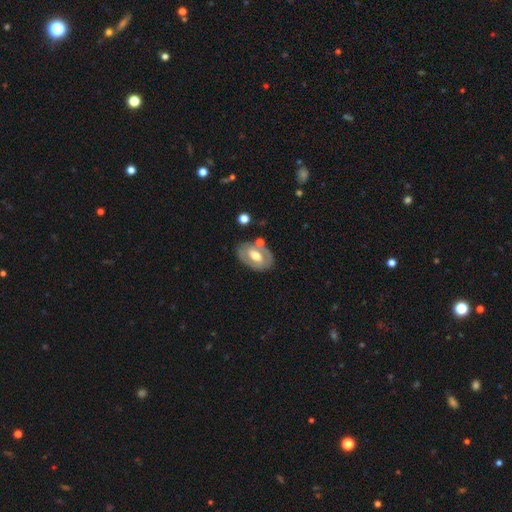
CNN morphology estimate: Overall: featured or disk (59%; smooth 36%). Edge-on disk: no (92%). Bar: no (42%; weak 37%). Spiral arms: no (66%; yes 34%). Bulge size: moderate (68%). Merging: none (69%).